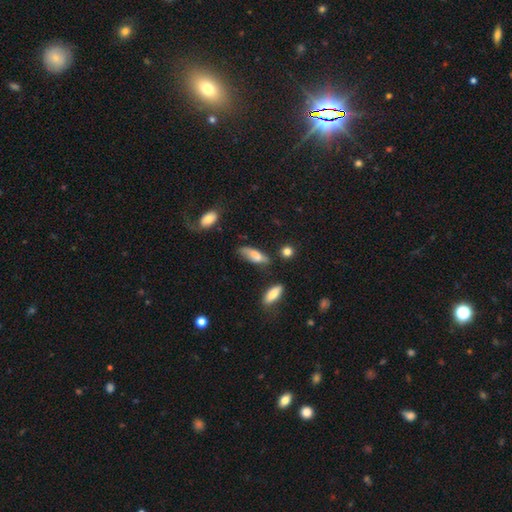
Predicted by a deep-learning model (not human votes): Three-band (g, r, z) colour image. It shows a smooth galaxy with no disk features (73%) that is in between round and cigar-shaped (63%). Merging: none (49%).